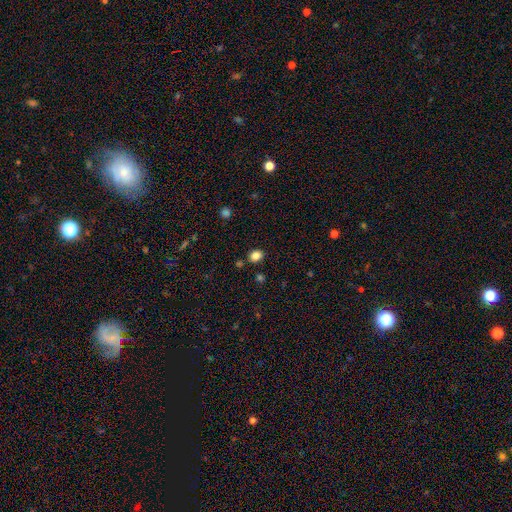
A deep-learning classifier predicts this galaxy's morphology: Smooth or featured: smooth — 84% (star or artifact — 12%)
How rounded: round — 54% (in between — 45%)
Merging: none — 85% (minor disturbance — 9%)